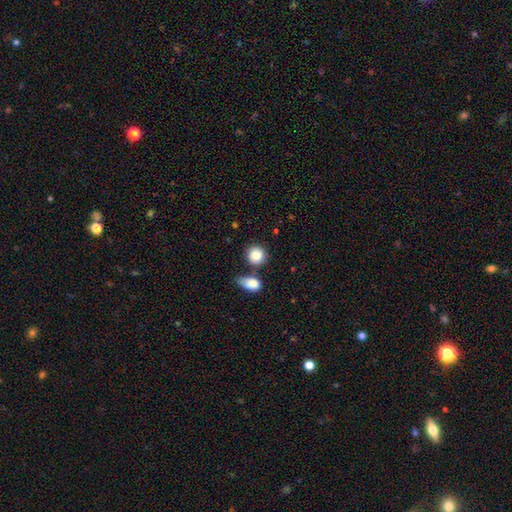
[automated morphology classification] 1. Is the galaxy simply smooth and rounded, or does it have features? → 86% smooth, 8% star or artifact, 6% featured or disk.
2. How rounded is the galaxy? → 87% round, 12% in between, 1% cigar-shaped.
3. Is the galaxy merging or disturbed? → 65% none, 18% merger, 13% minor disturbance, 5% major disturbance.